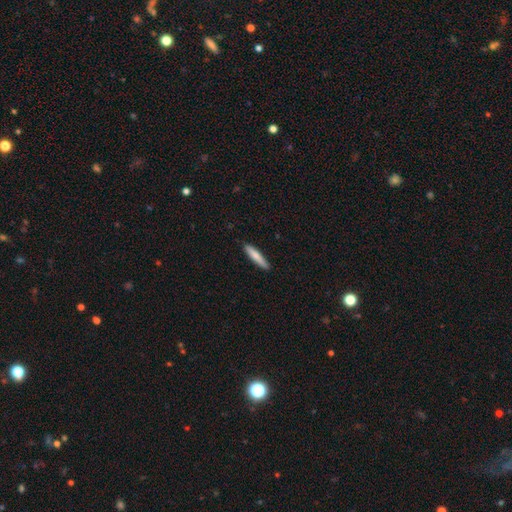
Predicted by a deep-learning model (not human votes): smooth 78%, featured or disk 17%, star or artifact 5%. Down the decision tree: how rounded — cigar-shaped (89%); merging — none (88%).